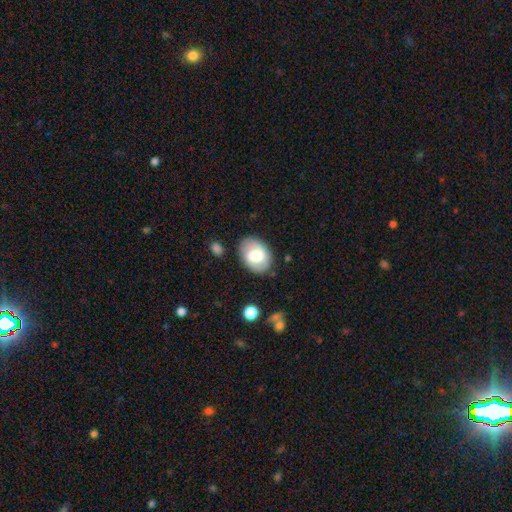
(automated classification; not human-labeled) Smooth or featured?
  - smooth: 49% *
  - featured or disk: 44%
  - star or artifact: 6%
Merging?
  - none: 81% *
  - minor disturbance: 13%
  - major disturbance: 4%
  - merger: 2%